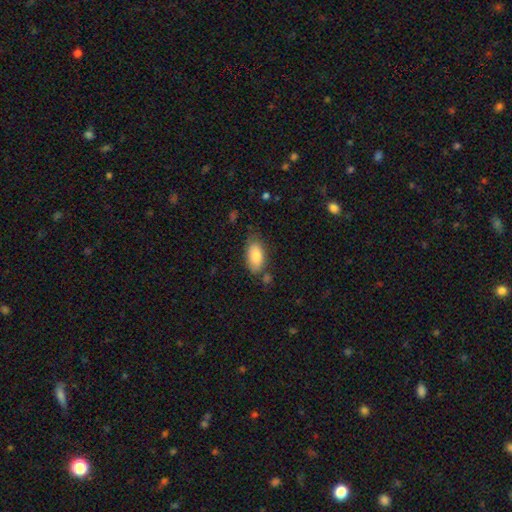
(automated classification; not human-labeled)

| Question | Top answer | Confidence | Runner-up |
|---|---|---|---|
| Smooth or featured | smooth | 84% | featured or disk (9%) |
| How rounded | in between | 93% | cigar-shaped (4%) |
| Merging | none | 66% | minor disturbance (23%) |